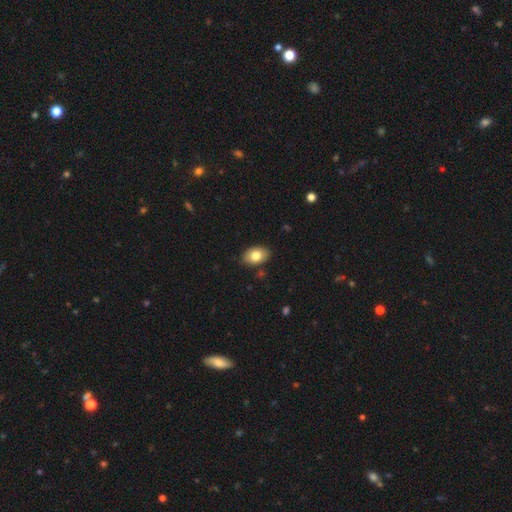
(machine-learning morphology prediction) smooth 81%, featured or disk 11%, star or artifact 7%. Down the decision tree: how rounded — in between (87%); merging — none (84%).